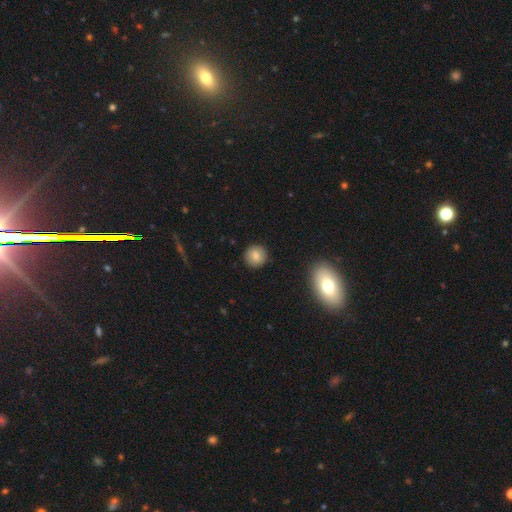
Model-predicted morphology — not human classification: This is clearly a smooth galaxy (83%). How rounded: clearly round (93%). Merging: clearly none (91%).